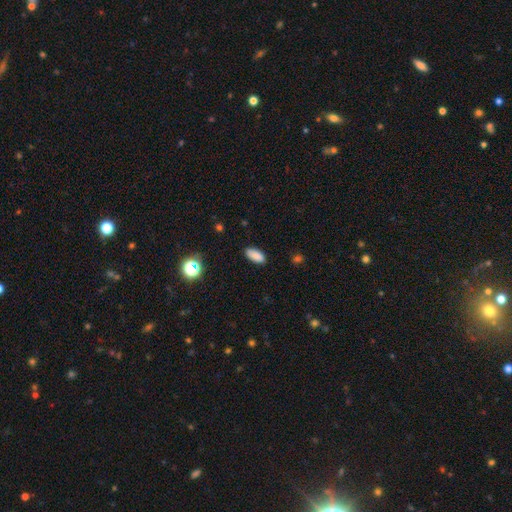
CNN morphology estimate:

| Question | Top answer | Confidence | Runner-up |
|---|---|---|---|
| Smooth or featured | smooth | 85% | star or artifact (9%) |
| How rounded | in between | 88% | cigar-shaped (10%) |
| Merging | none | 86% | minor disturbance (11%) |